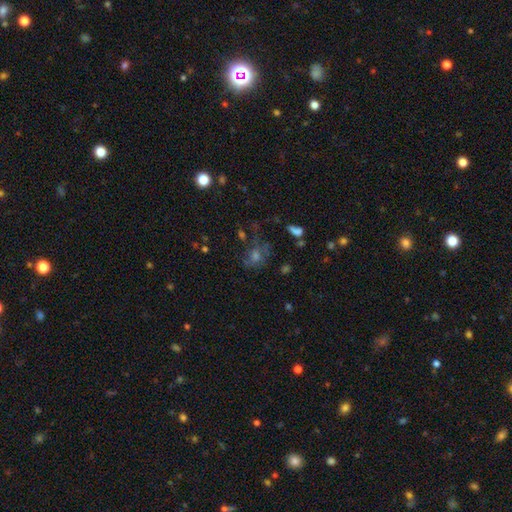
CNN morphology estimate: Smooth or featured: smooth — 37% (star or artifact — 33%)
Merging: none — 53% (major disturbance — 21%)